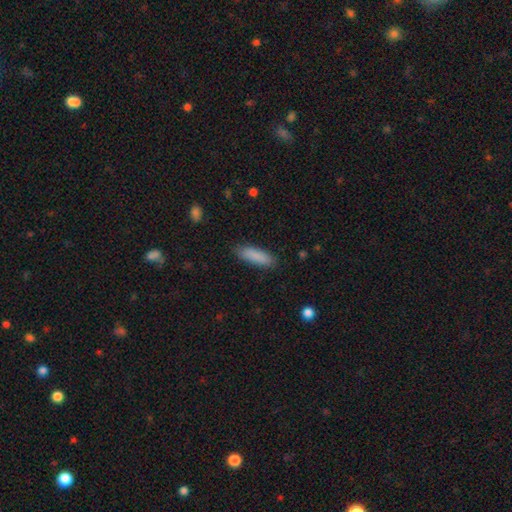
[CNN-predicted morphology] Smooth or featured?
  - smooth: 88% *
  - star or artifact: 6%
  - featured or disk: 6%
How rounded?
  - cigar-shaped: 56% *
  - in between: 43%
  - round: 1%
Merging?
  - none: 86% *
  - minor disturbance: 11%
  - major disturbance: 2%
  - merger: 1%